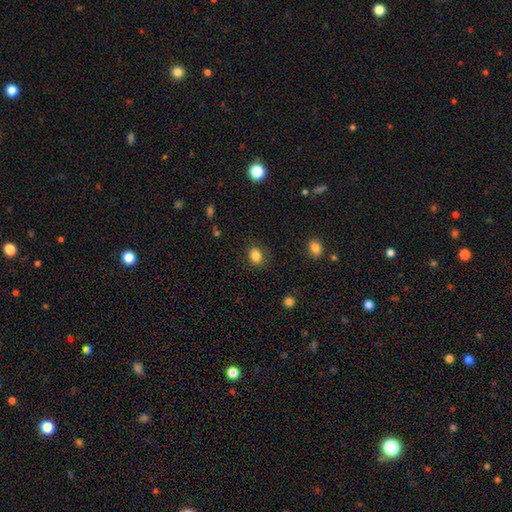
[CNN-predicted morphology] The model was most divided on "how rounded": in between: 60%, round: 39%, cigar-shaped: 1%. More confident: smooth or featured — smooth (84%); merging — none (82%).